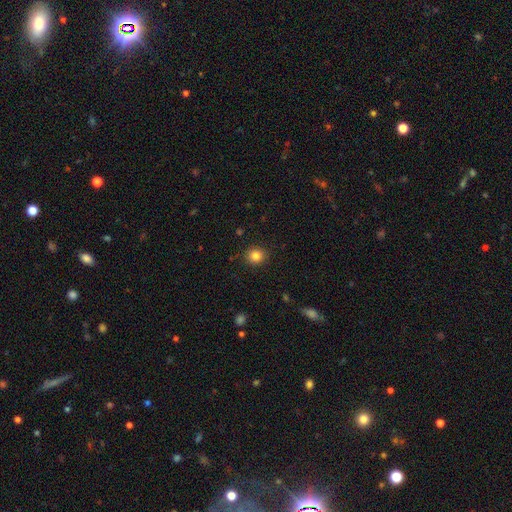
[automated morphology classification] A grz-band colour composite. It shows a smooth galaxy with no disk features (84%) that is round (84%). Merging: none (90%).